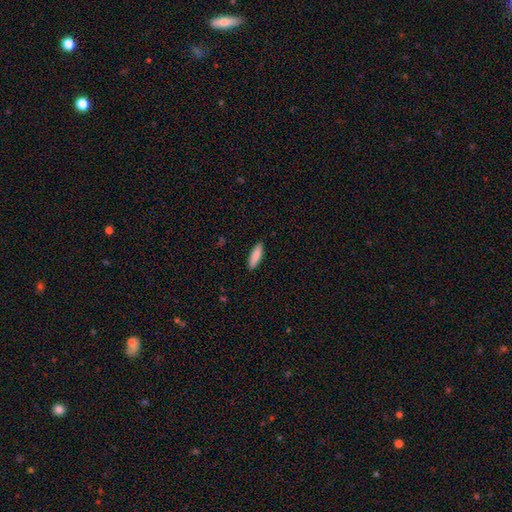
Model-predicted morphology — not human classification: A smooth galaxy with no disk features (88%) that is cigar-shaped (55%). Merging: none (89%).